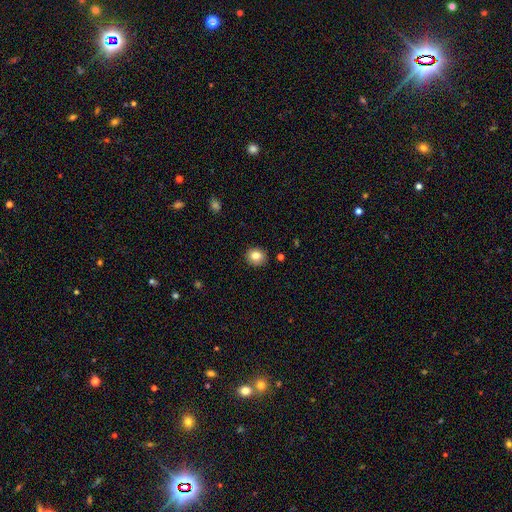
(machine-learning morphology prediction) smooth-or-featured: smooth: 82% | star or artifact: 10% | featured or disk: 8%
  how-rounded: round: 80% | in between: 19% | cigar-shaped: 1%
  merging: none: 90% | minor disturbance: 7% | major disturbance: 2% | merger: 1%